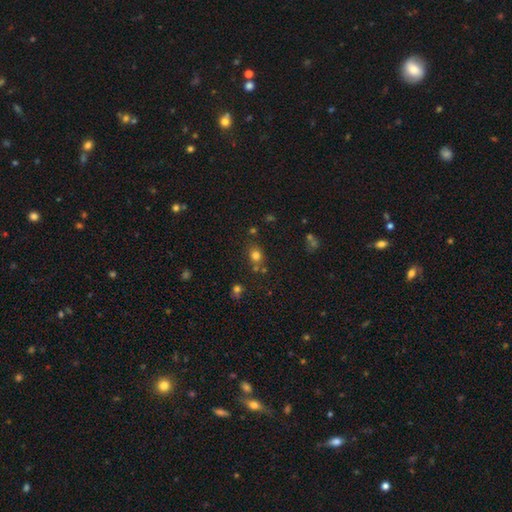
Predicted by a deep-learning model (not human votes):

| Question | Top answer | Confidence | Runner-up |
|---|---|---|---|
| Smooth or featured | smooth | 75% | star or artifact (17%) |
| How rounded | round | 74% | in between (25%) |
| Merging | none | 69% | merger (16%) |